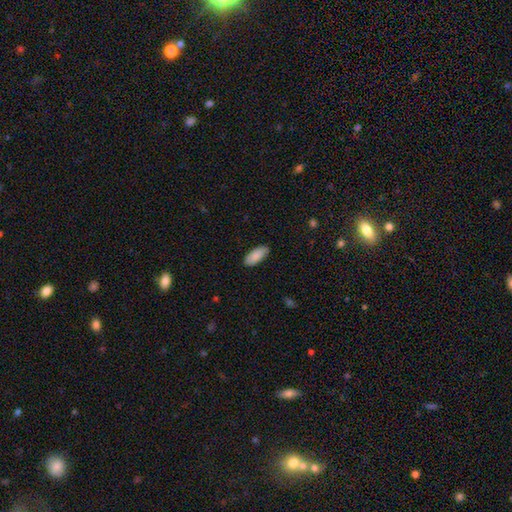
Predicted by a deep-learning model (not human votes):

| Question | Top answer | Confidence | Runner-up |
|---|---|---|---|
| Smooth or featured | smooth | 88% | featured or disk (6%) |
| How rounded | in between | 85% | cigar-shaped (13%) |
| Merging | none | 85% | minor disturbance (12%) |